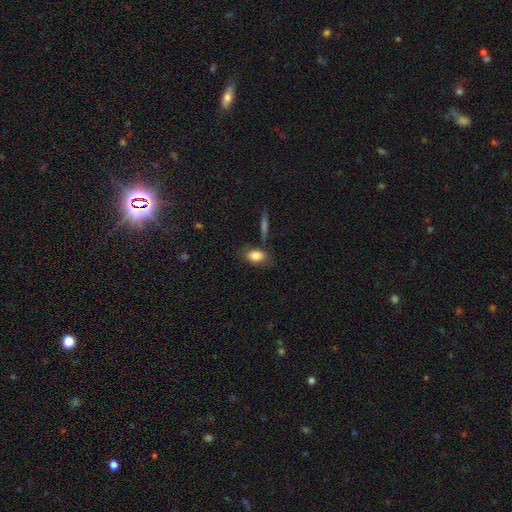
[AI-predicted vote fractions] Smooth or featured? Predicted: smooth (p=0.83). How rounded? Predicted: in between (p=0.86). Merging? Predicted: none (p=0.66).